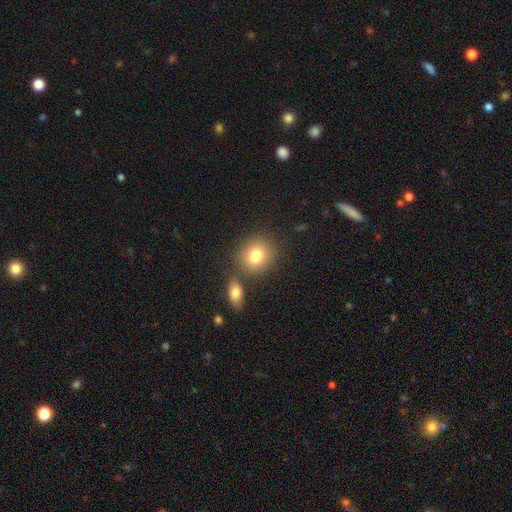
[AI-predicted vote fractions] A smooth galaxy with no disk features (80%) that is round (78%).

Vote fractions:
- Smooth or featured? smooth: 80% / featured or disk: 10% / star or artifact: 10%
- How rounded? round: 78% / in between: 21% / cigar-shaped: 1%
- Merging? none: 71% / merger: 16% / minor disturbance: 10% / major disturbance: 3%